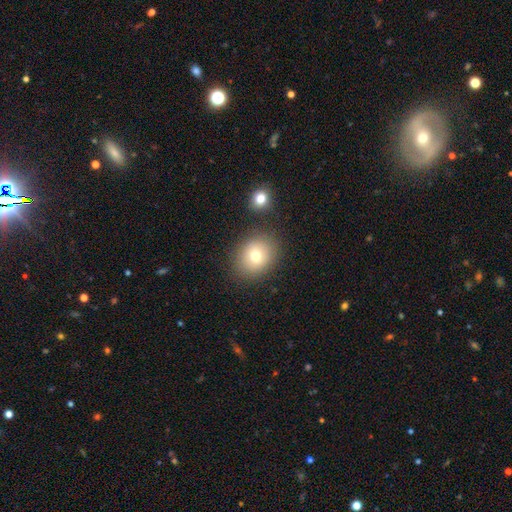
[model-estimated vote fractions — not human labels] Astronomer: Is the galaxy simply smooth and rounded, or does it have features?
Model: smooth — 76%.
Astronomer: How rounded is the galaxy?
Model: round — 62% (runner-up: in between, 38%).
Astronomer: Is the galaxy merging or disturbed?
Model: none — 80%.